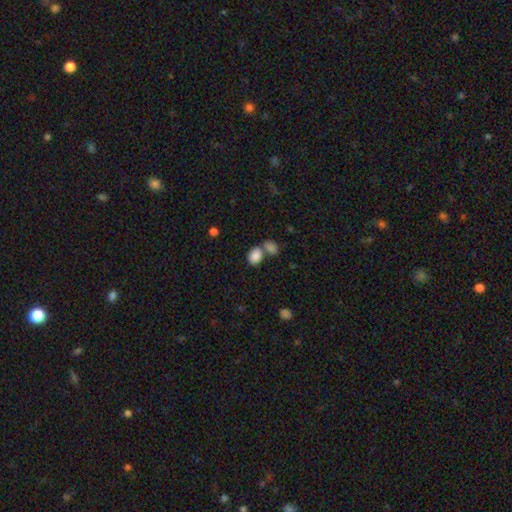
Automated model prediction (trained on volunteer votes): smooth-or-featured: smooth: 86% | star or artifact: 9% | featured or disk: 6%
  how-rounded: in between: 70% | round: 29% | cigar-shaped: 1%
  merging: none: 43% | merger: 42% | minor disturbance: 11% | major disturbance: 4%